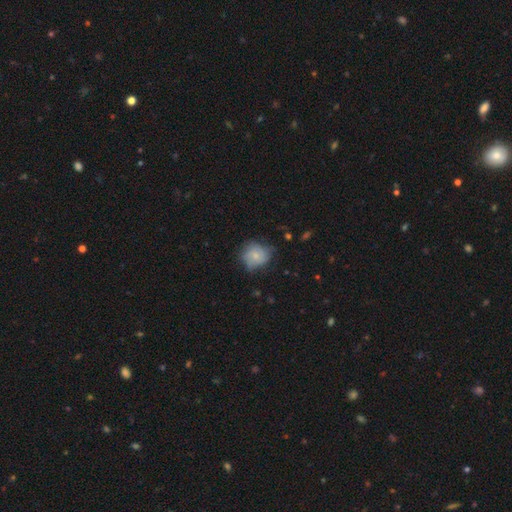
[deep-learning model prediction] Smooth or featured? smooth (68%)
How rounded? round (78%)
Merging? none (56%)